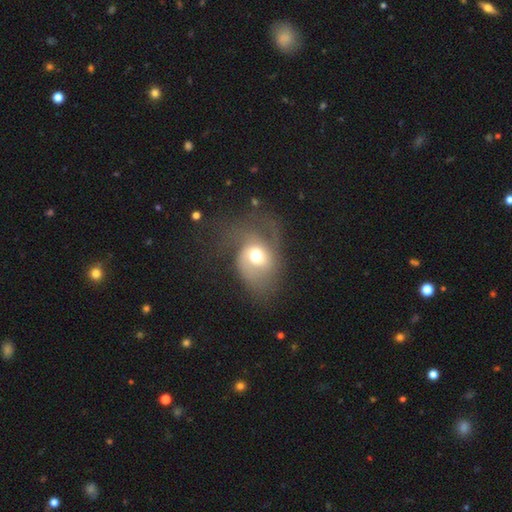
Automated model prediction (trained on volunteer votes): Smooth or featured?
  - featured or disk: 53% *
  - smooth: 37%
  - star or artifact: 10%
Edge-on disk?
  - no: 96% *
  - yes: 4%
Bar?
  - no: 69% *
  - weak: 25%
  - strong: 6%
Spiral arms?
  - yes: 72% *
  - no: 28%
Bulge size?
  - moderate: 66% *
  - large: 20%
  - small: 10%
  - dominant: 3%
  - none: 1%
Merging?
  - major disturbance: 40% *
  - none: 35%
  - minor disturbance: 21%
  - merger: 3%